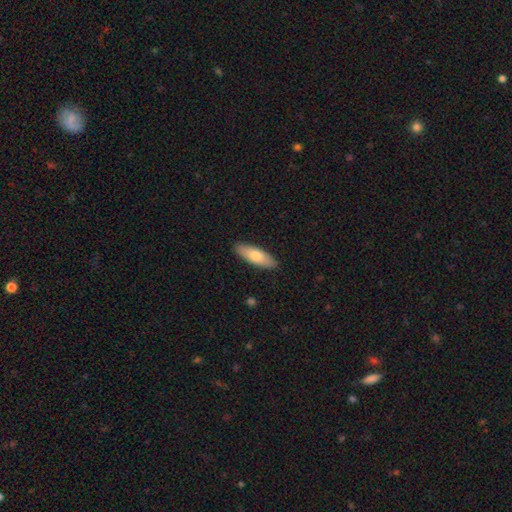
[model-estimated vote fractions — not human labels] Smooth or featured?
  - smooth: 75% *
  - featured or disk: 20%
  - star or artifact: 5%
How rounded?
  - in between: 60% *
  - cigar-shaped: 38%
  - round: 2%
Merging?
  - none: 89% *
  - minor disturbance: 8%
  - major disturbance: 2%
  - merger: 1%